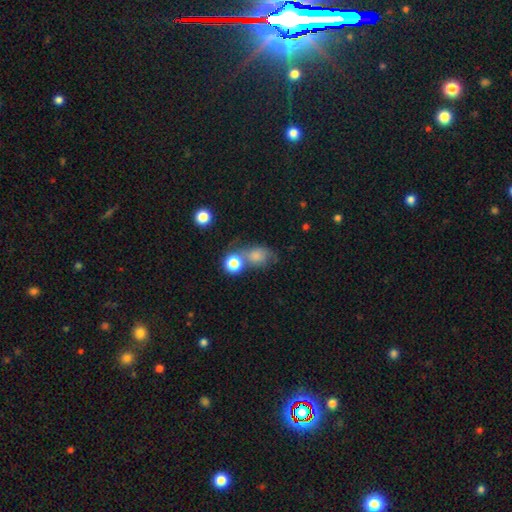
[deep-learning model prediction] Smooth or featured? smooth (70%)
How rounded? in between (57%)
Merging? none (37%)